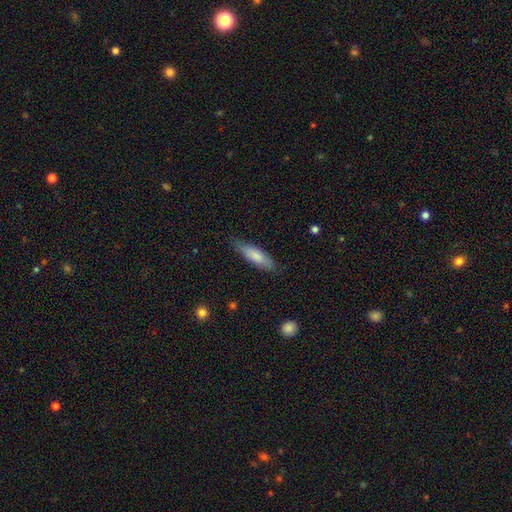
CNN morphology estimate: This appears to be a smooth galaxy with no disk features (77%) that is cigar-shaped (58%). Merging: none (78%).